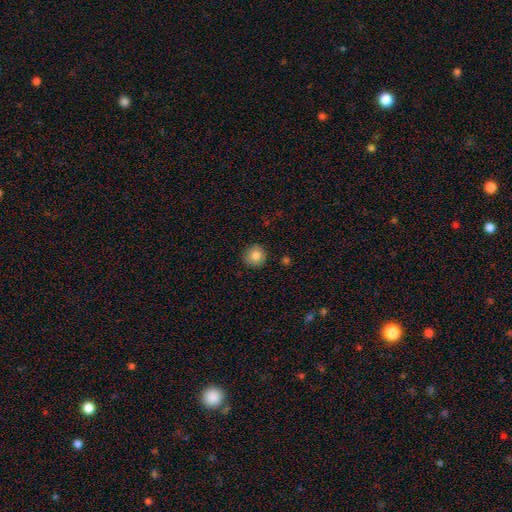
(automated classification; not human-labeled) A smooth galaxy with no disk features (82%) that is round (92%).

Vote fractions:
- Smooth or featured? smooth: 82% / star or artifact: 9% / featured or disk: 8%
- How rounded? round: 92% / in between: 7% / cigar-shaped: 1%
- Merging? none: 89% / minor disturbance: 8% / major disturbance: 2% / merger: 1%